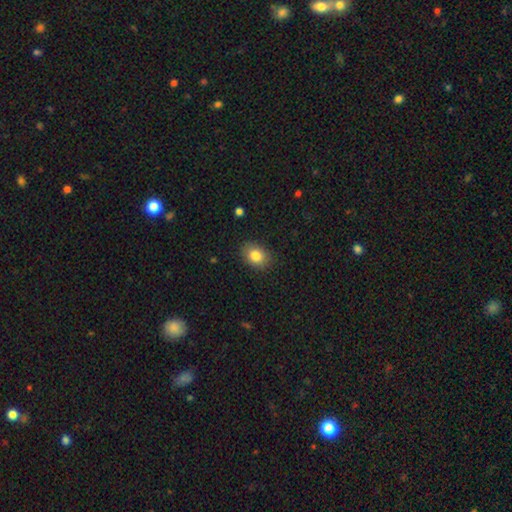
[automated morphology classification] Overall: smooth (83%). How rounded: in between (63%; round 36%). Merging: none (86%).